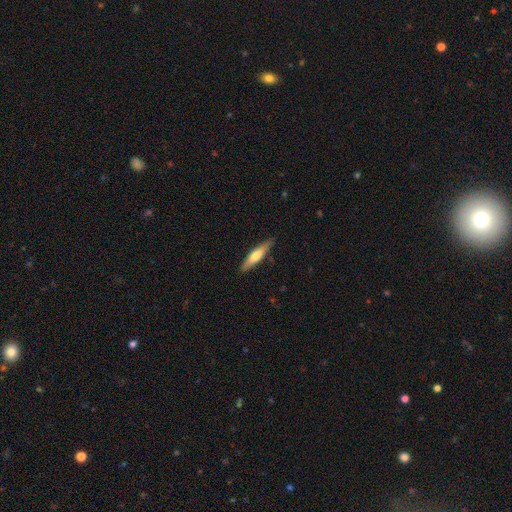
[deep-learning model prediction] Overall: smooth (58%; featured or disk 37%). How rounded: cigar-shaped (80%). Merging: none (85%).